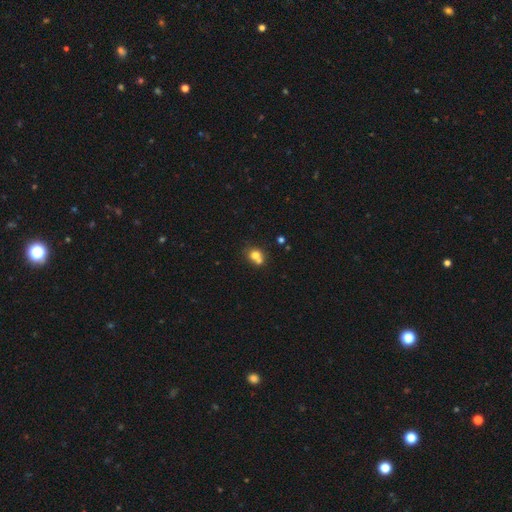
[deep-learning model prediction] This is likely a smooth galaxy (73%). How rounded: likely round (70%). Merging: possibly merger (46%).